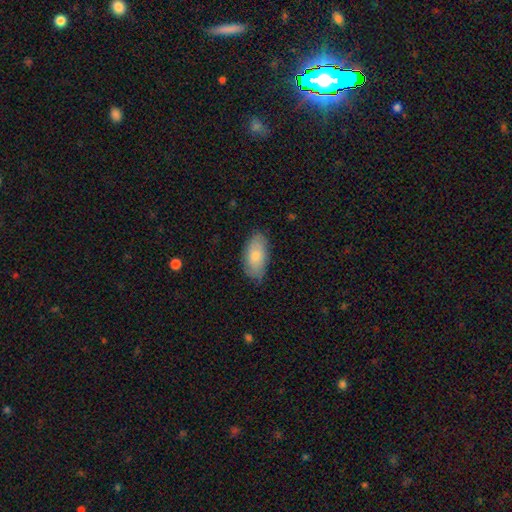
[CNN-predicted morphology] Overall: smooth (78%). How rounded: in between (93%). Merging: none (80%).